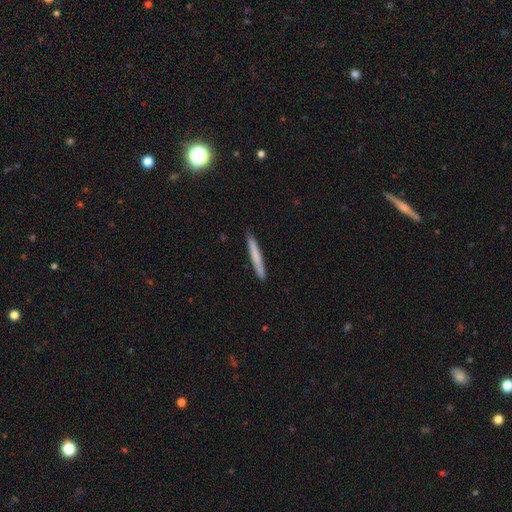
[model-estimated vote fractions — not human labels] Morphology: type=smooth (68%); roundness=cigar-shaped (97%); merging=none (91%).